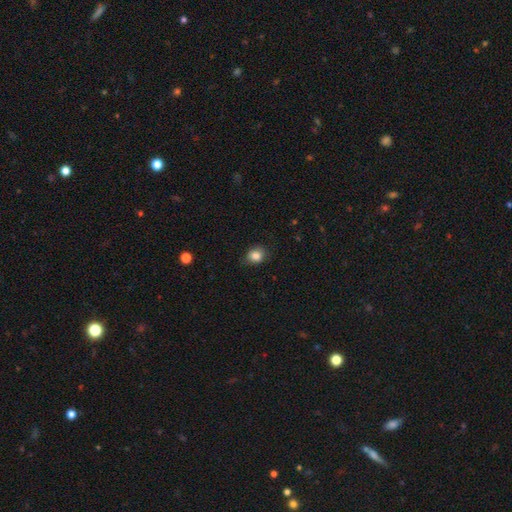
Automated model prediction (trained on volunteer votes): smooth-or-featured: smooth: 84% | star or artifact: 10% | featured or disk: 6%
  how-rounded: round: 63% | in between: 36% | cigar-shaped: 1%
  merging: none: 78% | minor disturbance: 18% | major disturbance: 4% | merger: 1%